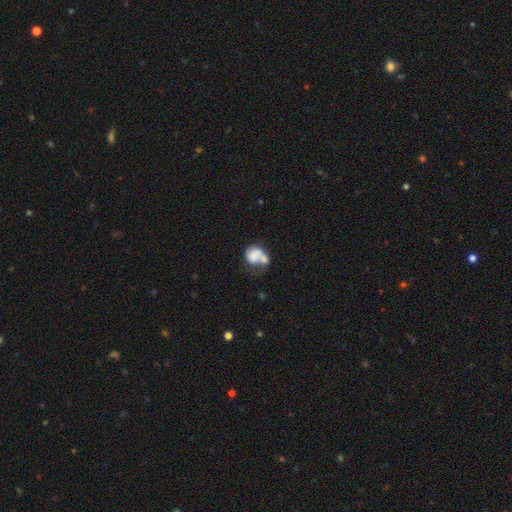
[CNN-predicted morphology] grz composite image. It shows a smooth galaxy with no disk features (54%) that is in between round and cigar-shaped (52%). Merging: merger (40%).